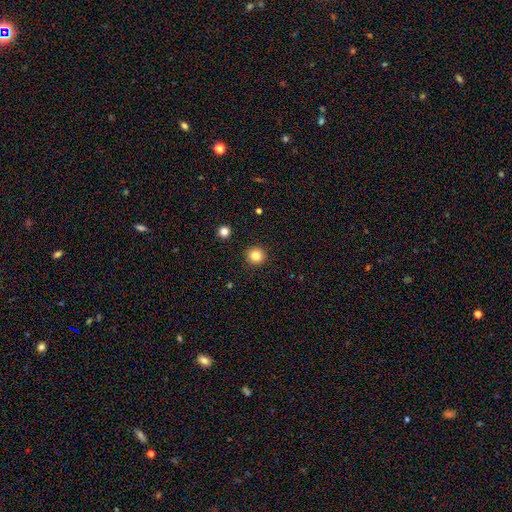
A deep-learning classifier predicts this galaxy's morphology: This appears to be a smooth galaxy with no disk features (83%) that is round (94%). Merging: none (93%).